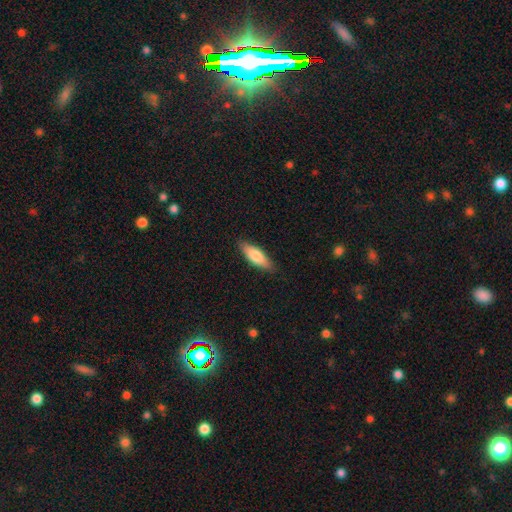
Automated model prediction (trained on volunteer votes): smooth-or-featured: smooth: 75% | featured or disk: 20% | star or artifact: 6%
  how-rounded: in between: 58% | cigar-shaped: 40% | round: 2%
  merging: none: 86% | minor disturbance: 11% | major disturbance: 2% | merger: 1%